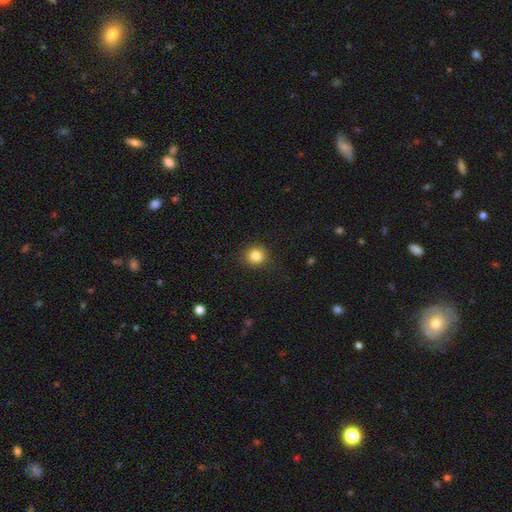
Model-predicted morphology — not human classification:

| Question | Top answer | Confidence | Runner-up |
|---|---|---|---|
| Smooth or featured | smooth | 85% | star or artifact (10%) |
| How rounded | round | 87% | in between (12%) |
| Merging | none | 86% | minor disturbance (10%) |